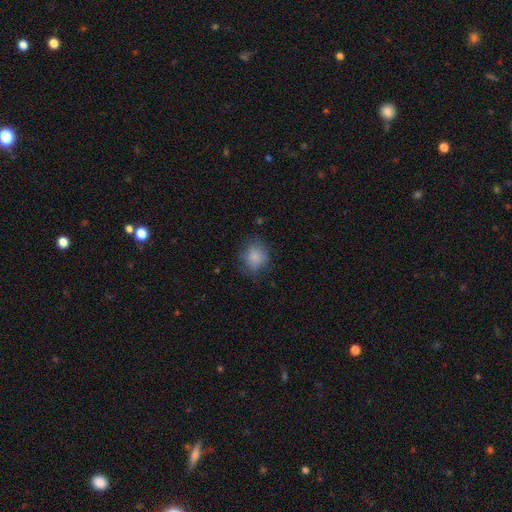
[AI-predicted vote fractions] smooth-or-featured: smooth: 82% | star or artifact: 9% | featured or disk: 9%
  how-rounded: round: 71% | in between: 28% | cigar-shaped: 1%
  merging: none: 69% | minor disturbance: 22% | major disturbance: 8% | merger: 1%